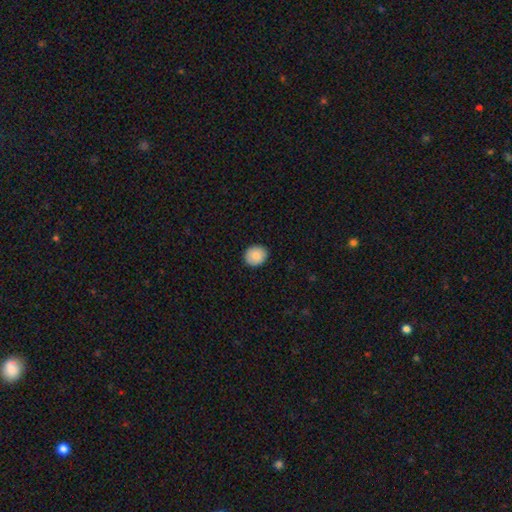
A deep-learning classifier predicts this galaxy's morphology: type=smooth (87%); roundness=round (75%); merging=none (91%).